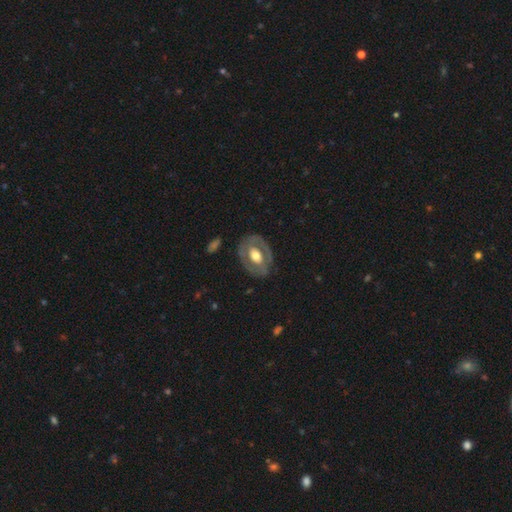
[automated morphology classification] Q: Smooth or featured?
A: featured or disk (60%); runner-up: smooth (35%)
Q: Edge-on disk?
A: no (93%); runner-up: yes (7%)
Q: Bar?
A: no (66%); runner-up: weak (23%)
Q: Spiral arms?
A: no (76%); runner-up: yes (24%)
Q: Bulge size?
A: moderate (58%); runner-up: large (33%)
Q: Merging?
A: none (77%); runner-up: minor disturbance (15%)